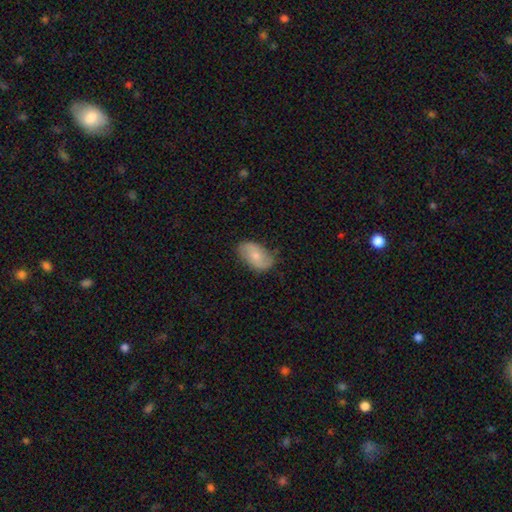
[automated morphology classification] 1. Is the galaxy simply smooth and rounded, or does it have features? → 64% smooth, 30% featured or disk, 6% star or artifact.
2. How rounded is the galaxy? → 93% in between, 5% round, 2% cigar-shaped.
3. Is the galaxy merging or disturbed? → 73% none, 21% minor disturbance, 4% major disturbance, 1% merger.